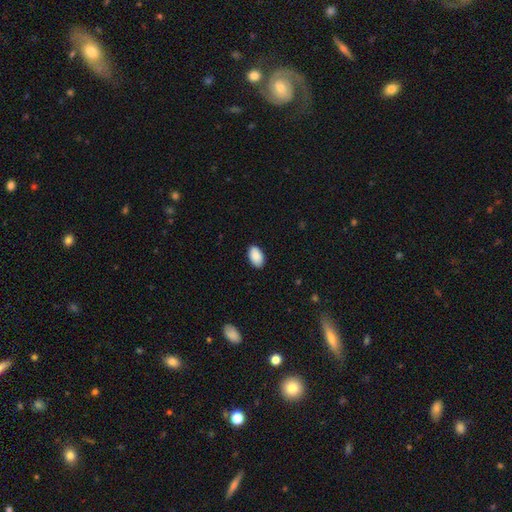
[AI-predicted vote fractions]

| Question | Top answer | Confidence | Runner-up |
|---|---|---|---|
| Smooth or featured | smooth | 90% | star or artifact (6%) |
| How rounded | in between | 94% | round (5%) |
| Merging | none | 89% | minor disturbance (9%) |